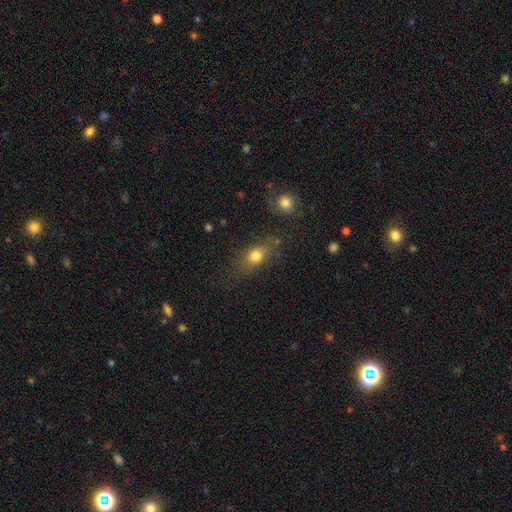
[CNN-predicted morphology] This appears to be a smooth galaxy with no disk features (74%) that is in between round and cigar-shaped (60%). Merging: none (66%).